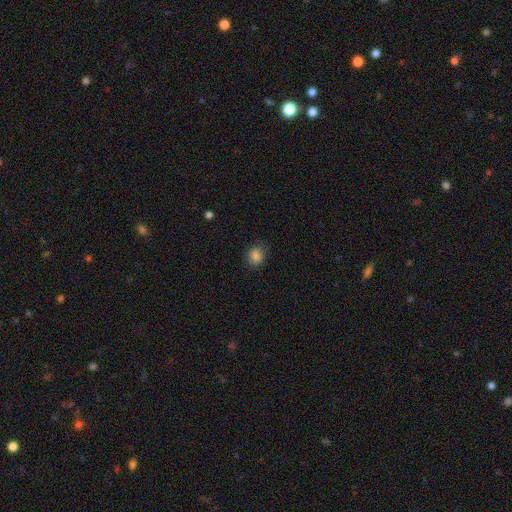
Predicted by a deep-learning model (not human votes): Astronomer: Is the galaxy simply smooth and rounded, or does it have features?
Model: smooth — 83%.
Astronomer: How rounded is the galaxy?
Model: round — 62%.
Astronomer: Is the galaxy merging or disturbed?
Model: none — 79%.